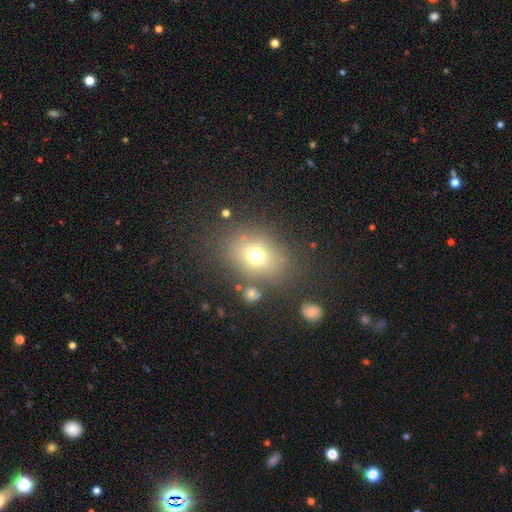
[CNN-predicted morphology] smooth_or_featured: smooth (p=0.71) [alt: star or artifact p=0.15]
how_rounded: in between (p=0.58) [alt: round p=0.41]
merging: none (p=0.75) [alt: minor disturbance p=0.13]